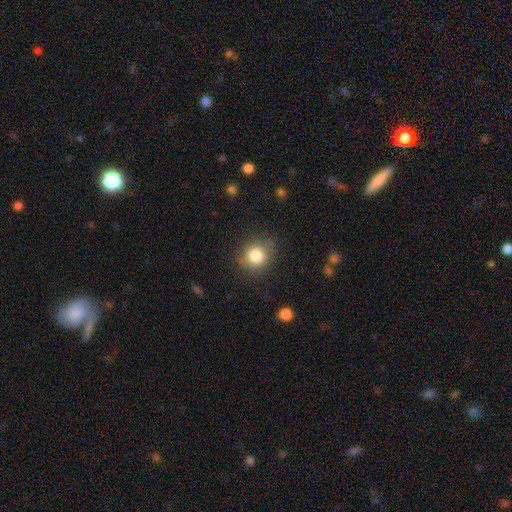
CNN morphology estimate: Q: Smooth or featured?
A: smooth (82%); runner-up: star or artifact (10%)
Q: How rounded?
A: round (83%); runner-up: in between (16%)
Q: Merging?
A: none (82%); runner-up: minor disturbance (13%)